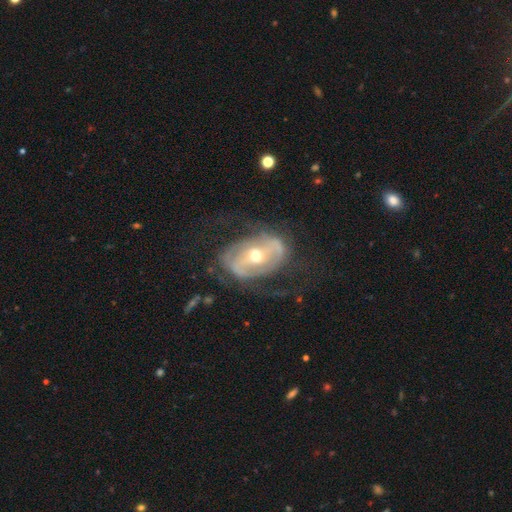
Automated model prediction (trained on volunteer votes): Morphology: type=featured or disk (82%); edge-on=no (94%); bar=strong (40%); spiral arms=yes (74%); winding=medium (40%); arm count=2 (71%); bulge=moderate (71%); merging=none (63%).